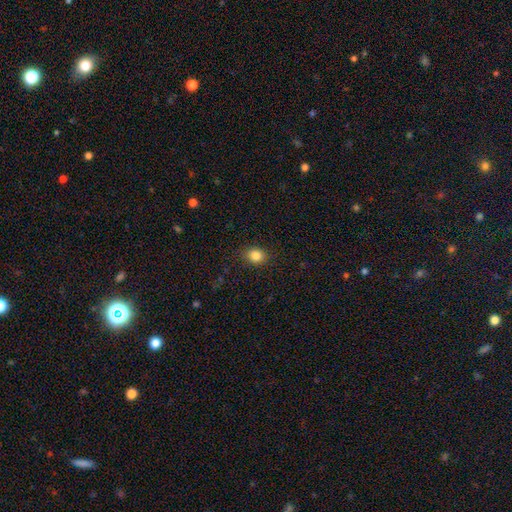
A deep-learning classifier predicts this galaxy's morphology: smooth_or_featured: smooth (p=0.84) [alt: star or artifact p=0.11]
how_rounded: round (p=0.57) [alt: in between p=0.42]
merging: none (p=0.87) [alt: minor disturbance p=0.10]